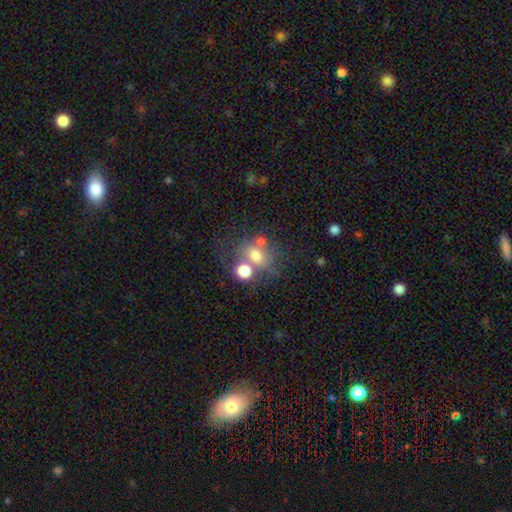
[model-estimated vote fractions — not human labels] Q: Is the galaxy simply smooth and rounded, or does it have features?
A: smooth — 67%.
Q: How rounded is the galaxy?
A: round — 55%.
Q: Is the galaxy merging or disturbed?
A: merger — 42%.